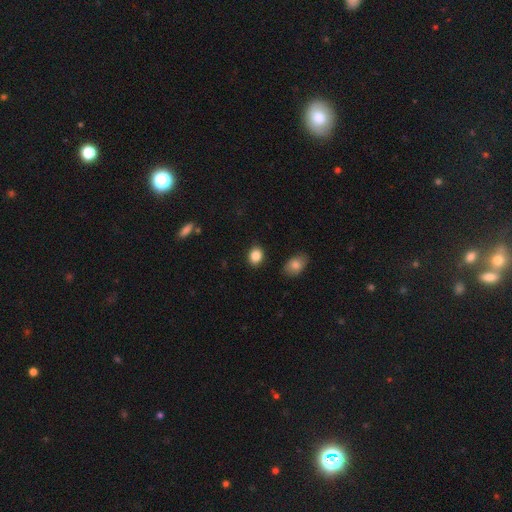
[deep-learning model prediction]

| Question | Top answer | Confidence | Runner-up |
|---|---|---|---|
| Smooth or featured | smooth | 87% | star or artifact (9%) |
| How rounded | in between | 53% | round (46%) |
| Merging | none | 87% | minor disturbance (9%) |